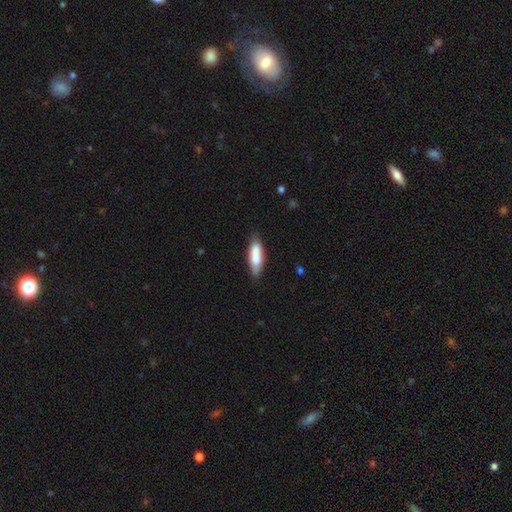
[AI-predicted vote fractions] A smooth galaxy with no disk features (73%) that is in between round and cigar-shaped (51%). Merging: none (70%).